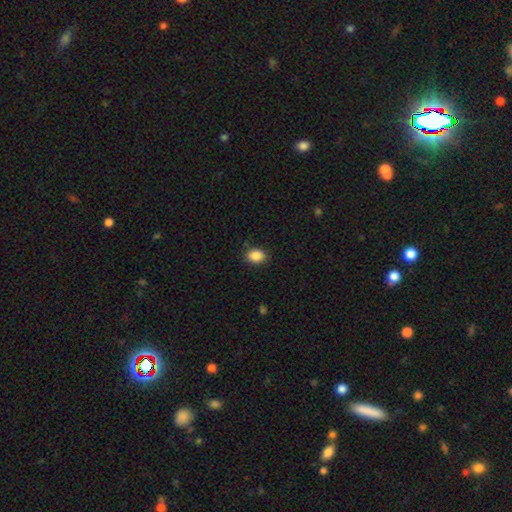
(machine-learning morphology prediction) smooth_or_featured: smooth (p=0.88) [alt: star or artifact p=0.08]
how_rounded: in between (p=0.72) [alt: round p=0.27]
merging: none (p=0.86) [alt: minor disturbance p=0.10]